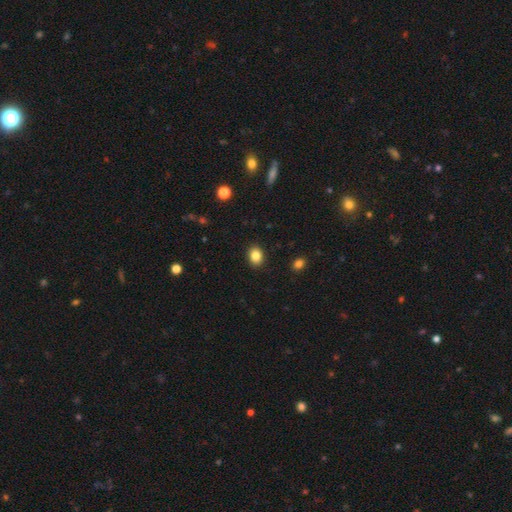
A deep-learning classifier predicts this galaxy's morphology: The model was most divided on "how rounded": in between: 55%, round: 44%, cigar-shaped: 1%. More confident: merging — none (90%); smooth or featured — smooth (85%).